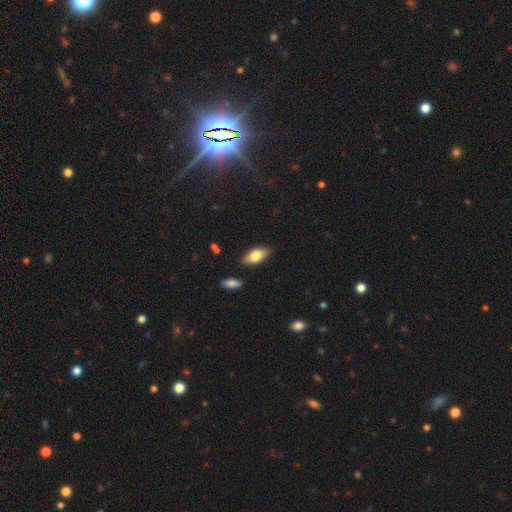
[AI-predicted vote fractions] smooth-or-featured: smooth: 78% | featured or disk: 15% | star or artifact: 7%
  how-rounded: in between: 89% | cigar-shaped: 8% | round: 3%
  merging: none: 85% | minor disturbance: 11% | merger: 2% | major disturbance: 2%